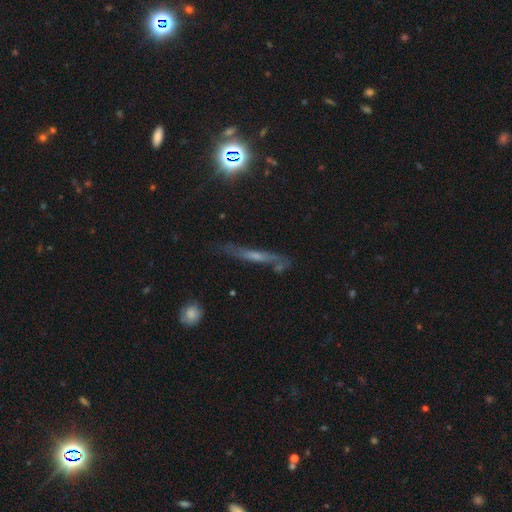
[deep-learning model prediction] smooth_or_featured: featured or disk (p=0.55) [alt: smooth p=0.27]
disk_edge_on: yes (p=0.78) [alt: no p=0.22]
merging: none (p=0.67) [alt: minor disturbance p=0.20]